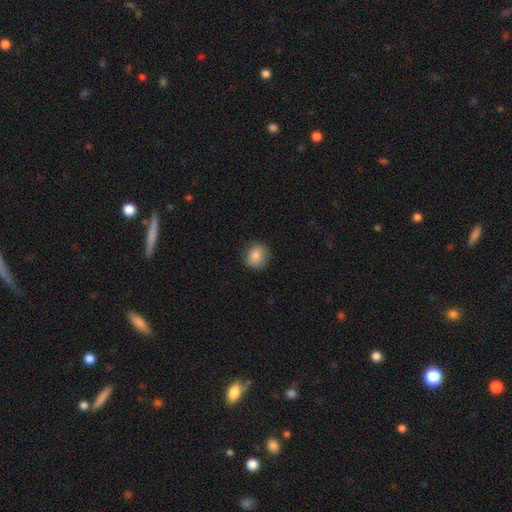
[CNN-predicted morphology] Smooth or featured?
  - smooth: 86% *
  - star or artifact: 9%
  - featured or disk: 6%
How rounded?
  - round: 80% *
  - in between: 19%
  - cigar-shaped: 1%
Merging?
  - none: 86% *
  - minor disturbance: 11%
  - major disturbance: 2%
  - merger: 1%